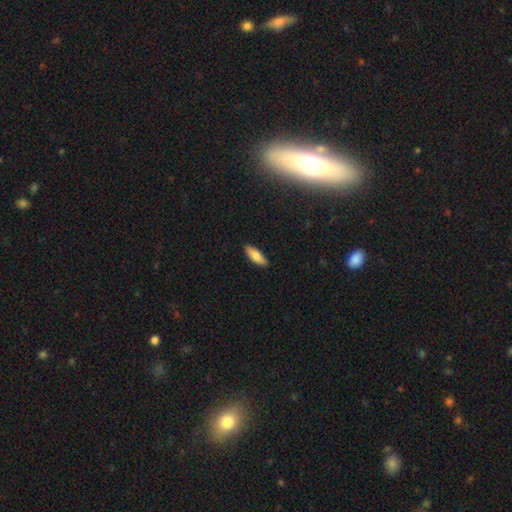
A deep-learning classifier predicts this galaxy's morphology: Smooth or featured: smooth — 81% (featured or disk — 13%)
How rounded: in between — 65% (cigar-shaped — 33%)
Merging: none — 89% (minor disturbance — 9%)